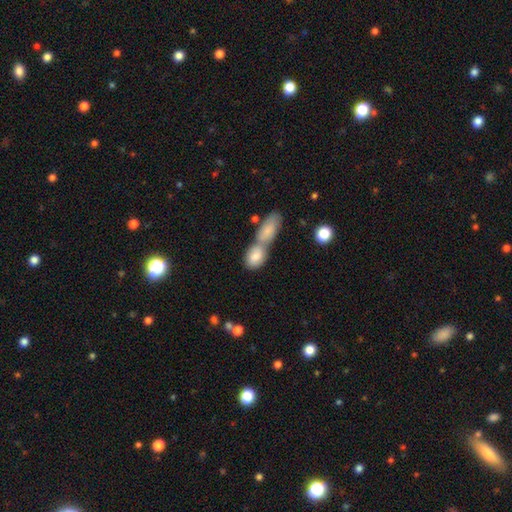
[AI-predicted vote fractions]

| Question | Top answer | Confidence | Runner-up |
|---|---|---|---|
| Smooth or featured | smooth | 82% | featured or disk (11%) |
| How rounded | in between | 75% | round (18%) |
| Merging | merger | 59% | none (30%) |